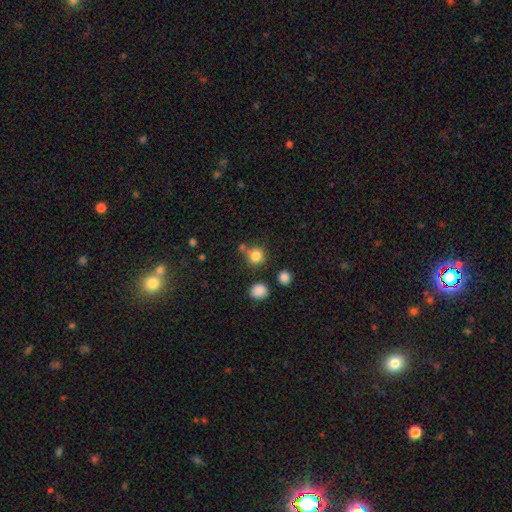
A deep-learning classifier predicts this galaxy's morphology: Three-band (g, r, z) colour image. It shows a smooth galaxy with no disk features (82%) that is round (91%). Merging: none (71%).